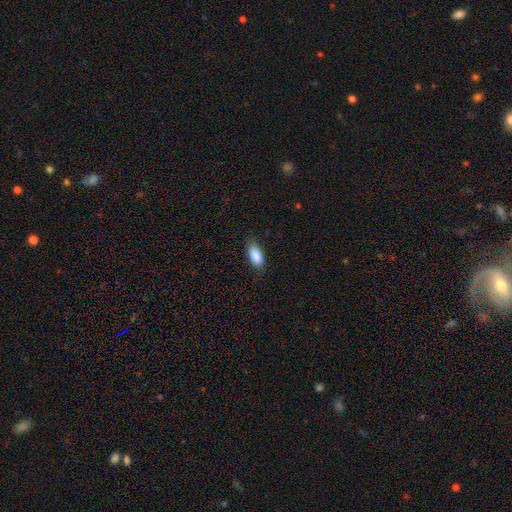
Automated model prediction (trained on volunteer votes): The model was most divided on "merging": none: 84%, minor disturbance: 13%, major disturbance: 3%, merger: 1%. More confident: how rounded — in between (88%); smooth or featured — smooth (88%).